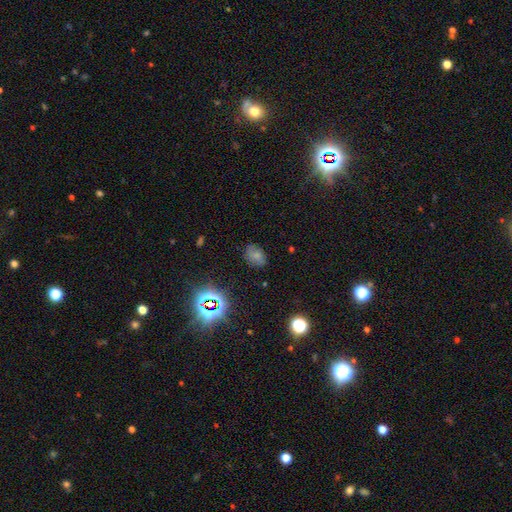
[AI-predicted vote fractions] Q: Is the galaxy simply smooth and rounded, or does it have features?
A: smooth — 63%.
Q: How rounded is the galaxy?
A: in between — 79%.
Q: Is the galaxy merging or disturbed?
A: none — 74%.